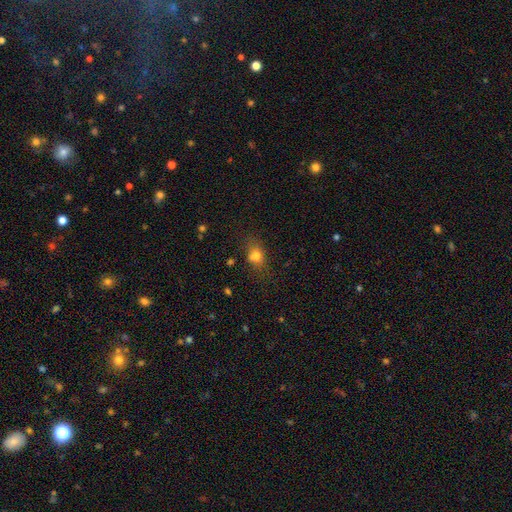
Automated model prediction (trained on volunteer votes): Smooth or featured?
  - smooth: 73% *
  - star or artifact: 14%
  - featured or disk: 13%
How rounded?
  - in between: 57% *
  - round: 40%
  - cigar-shaped: 3%
Merging?
  - none: 54% *
  - minor disturbance: 21%
  - merger: 15%
  - major disturbance: 10%